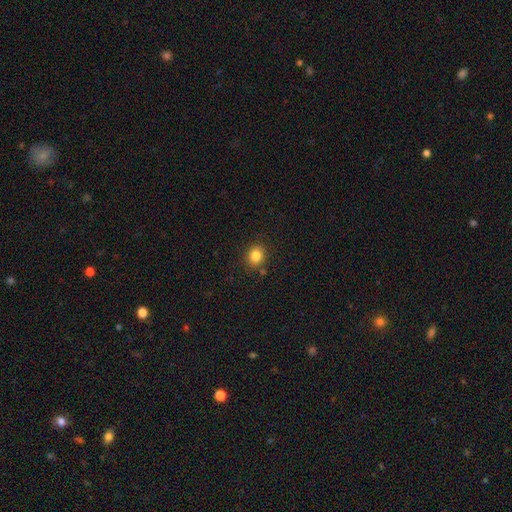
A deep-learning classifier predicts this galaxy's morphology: This appears to be a smooth galaxy with no disk features (83%) that is round (68%). Merging: none (86%).